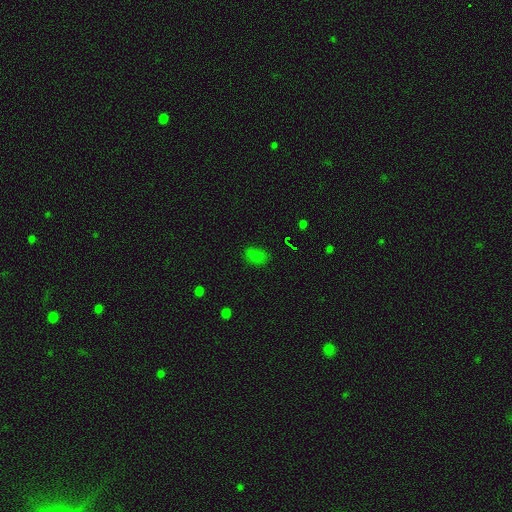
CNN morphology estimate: Smooth or featured: smooth — 73% (star or artifact — 22%)
How rounded: in between — 80% (round — 18%)
Merging: none — 78% (minor disturbance — 15%)